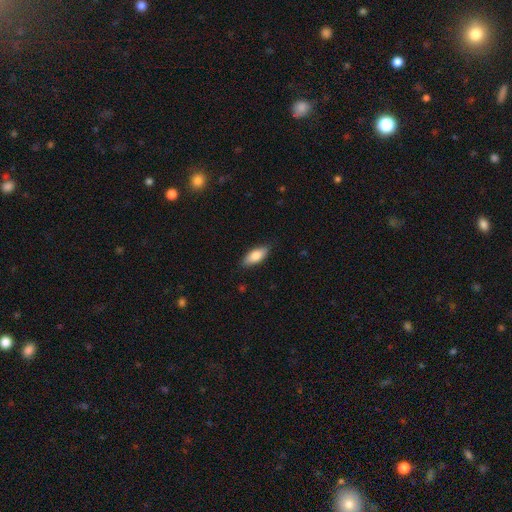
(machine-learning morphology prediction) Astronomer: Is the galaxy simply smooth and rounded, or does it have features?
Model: smooth — 81%.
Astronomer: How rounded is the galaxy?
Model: in between — 82%.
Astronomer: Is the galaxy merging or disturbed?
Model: none — 86%.